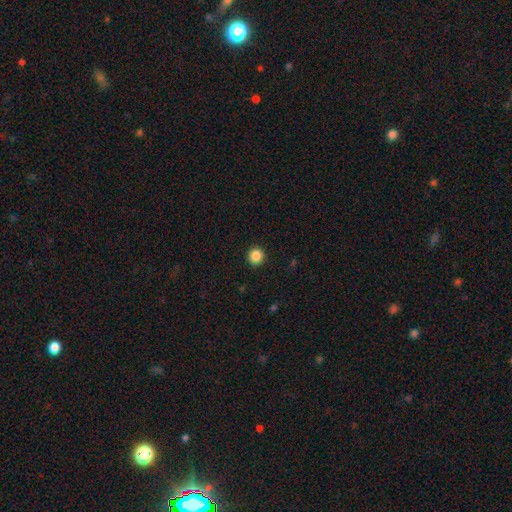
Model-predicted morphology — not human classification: The model was most divided on "smooth or featured": smooth: 87%, star or artifact: 10%, featured or disk: 3%. More confident: how rounded — round (94%); merging — none (93%).